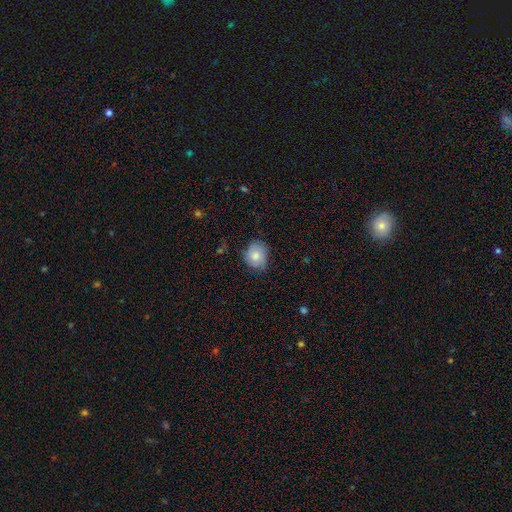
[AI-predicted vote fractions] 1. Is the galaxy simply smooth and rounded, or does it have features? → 79% smooth, 13% featured or disk, 8% star or artifact.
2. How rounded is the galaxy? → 66% round, 33% in between, 1% cigar-shaped.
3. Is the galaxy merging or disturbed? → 68% none, 26% minor disturbance, 5% major disturbance, 1% merger.